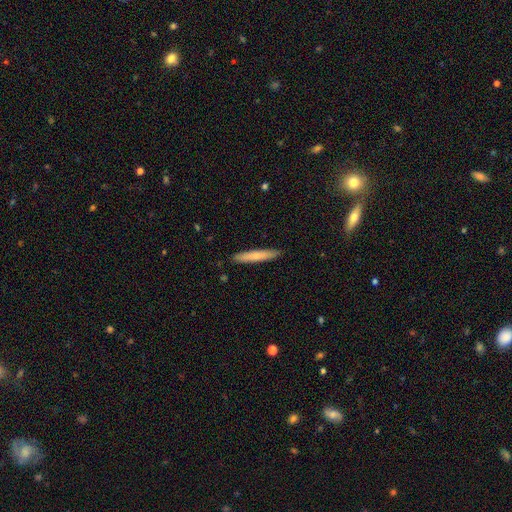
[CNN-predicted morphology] Smooth or featured? Predicted: smooth (p=0.66). How rounded? Predicted: cigar-shaped (p=0.93). Merging? Predicted: none (p=0.90).